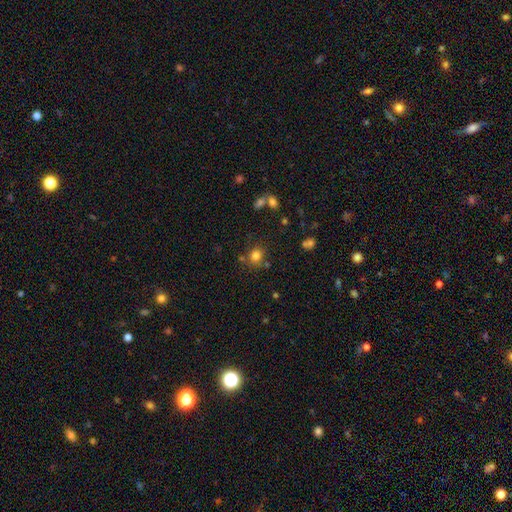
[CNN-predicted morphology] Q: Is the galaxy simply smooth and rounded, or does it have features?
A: smooth — 79%.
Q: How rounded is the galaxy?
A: round — 77%.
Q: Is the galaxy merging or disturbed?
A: none — 74%.